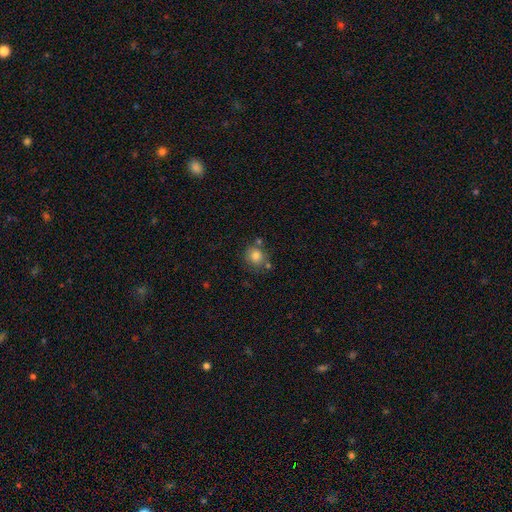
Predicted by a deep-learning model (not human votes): smooth-or-featured: smooth: 80% | star or artifact: 10% | featured or disk: 9%
  how-rounded: round: 84% | in between: 15% | cigar-shaped: 1%
  merging: none: 70% | minor disturbance: 14% | merger: 12% | major disturbance: 4%